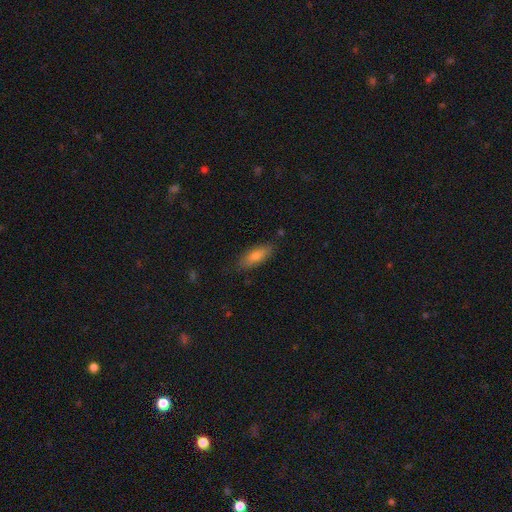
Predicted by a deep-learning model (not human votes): Overall: smooth (74%). How rounded: in between (64%; cigar-shaped 33%). Merging: none (82%).